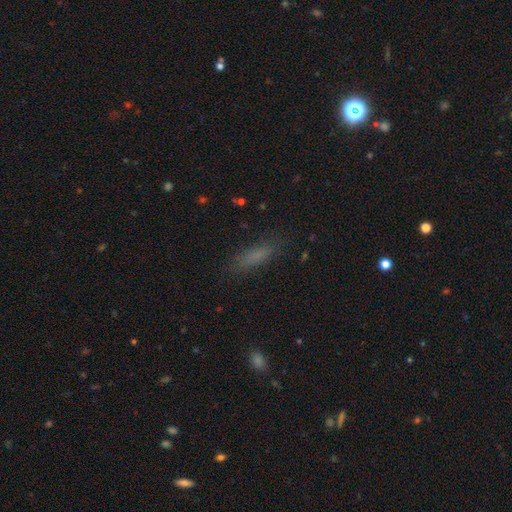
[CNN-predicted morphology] A smooth galaxy with no disk features (74%) that is cigar-shaped (67%).

Vote fractions:
- Smooth or featured? smooth: 74% / star or artifact: 13% / featured or disk: 13%
- How rounded? cigar-shaped: 67% / in between: 30% / round: 2%
- Merging? none: 82% / minor disturbance: 12% / major disturbance: 4% / merger: 1%